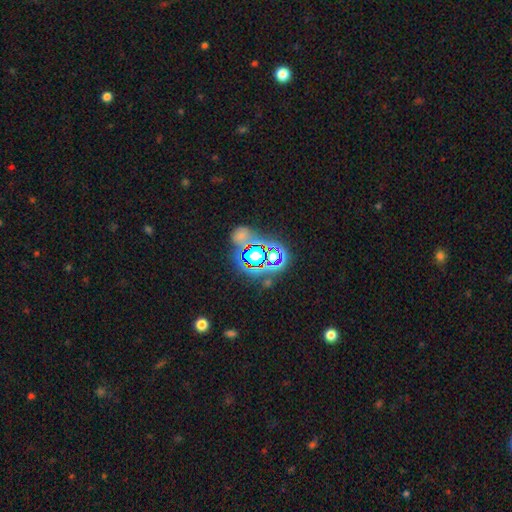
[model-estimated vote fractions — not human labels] This is likely a star or artifact rather than a galaxy (75%).